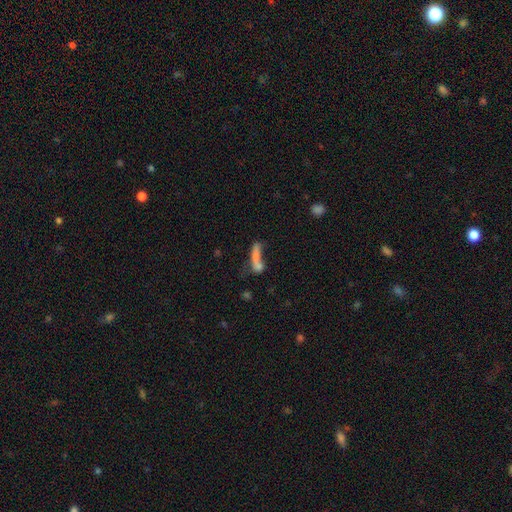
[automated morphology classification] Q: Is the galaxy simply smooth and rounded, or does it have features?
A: smooth — 65%.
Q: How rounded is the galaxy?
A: cigar-shaped — 66%.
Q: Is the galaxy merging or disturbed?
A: merger — 48%.